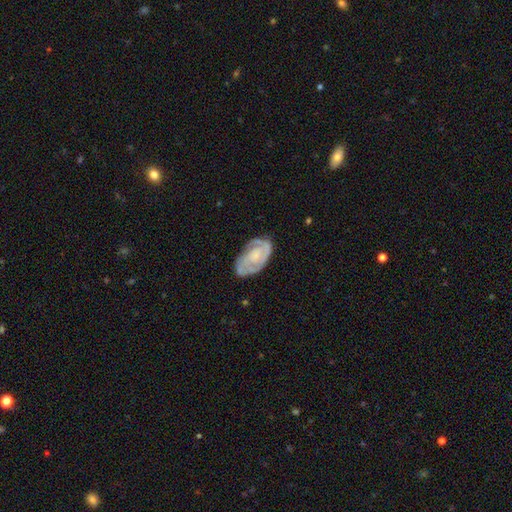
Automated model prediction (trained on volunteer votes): Smooth or featured: featured or disk — 78% (smooth — 17%)
Edge-on disk: no — 96% (yes — 4%)
Bar: no — 67% (weak — 27%)
Spiral arms: yes — 90% (no — 10%)
Spiral winding: tight — 62% (medium — 30%)
Spiral arm count: 2 — 50% (can't tell — 23%)
Bulge size: small — 33% (none — 29%)
Merging: none — 72% (minor disturbance — 19%)